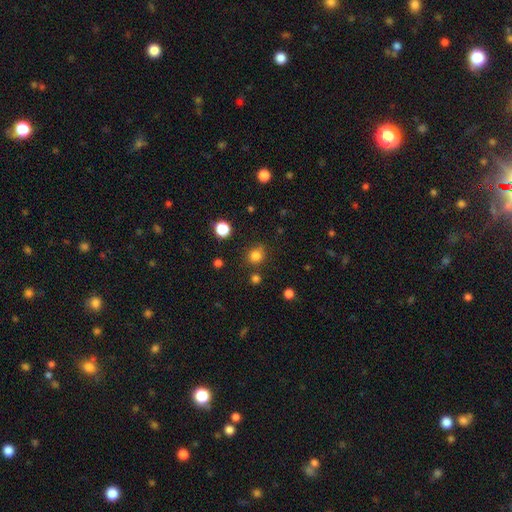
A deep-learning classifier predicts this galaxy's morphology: Smooth or featured? Predicted: smooth (p=0.81). How rounded? Predicted: round (p=0.87). Merging? Predicted: none (p=0.79).